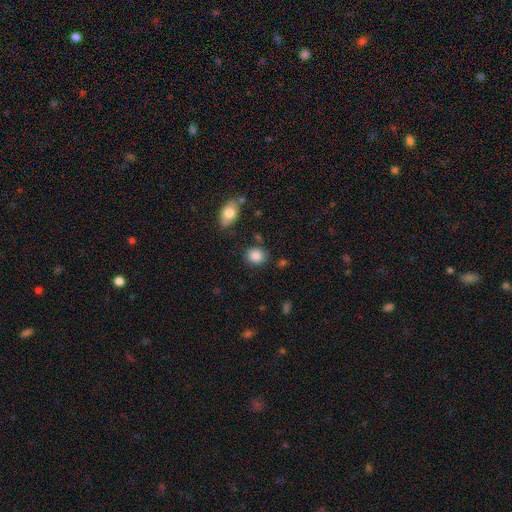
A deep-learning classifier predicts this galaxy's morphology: A smooth galaxy with no disk features (88%) that is round (72%). Merging: none (83%).